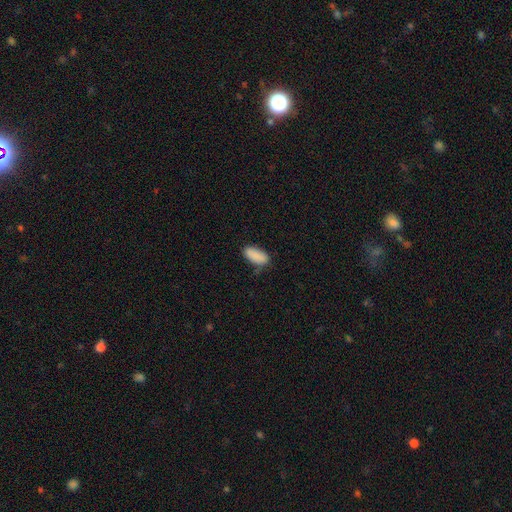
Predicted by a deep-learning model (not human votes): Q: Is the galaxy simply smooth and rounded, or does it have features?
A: smooth — 88%.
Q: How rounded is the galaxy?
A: in between — 89%.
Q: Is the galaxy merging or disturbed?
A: none — 73%.